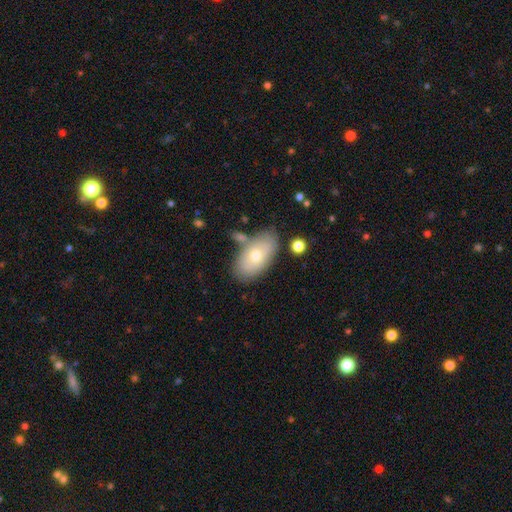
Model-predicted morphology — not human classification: Smooth or featured?
  - smooth: 66% *
  - featured or disk: 27%
  - star or artifact: 7%
How rounded?
  - in between: 92% *
  - round: 5%
  - cigar-shaped: 3%
Merging?
  - none: 72% *
  - minor disturbance: 16%
  - merger: 8%
  - major disturbance: 4%